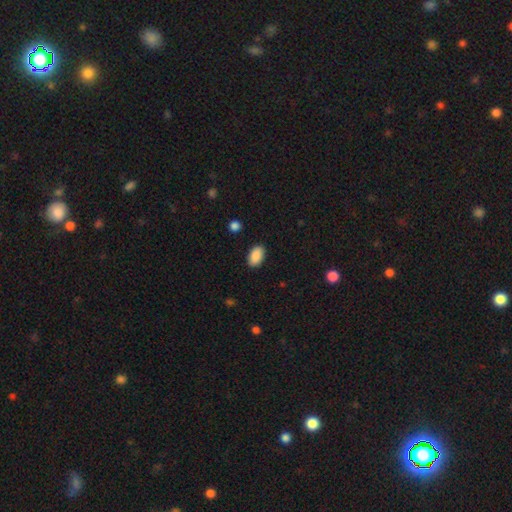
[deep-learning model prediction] Smooth or featured: smooth — 90% (star or artifact — 7%)
How rounded: in between — 93% (round — 5%)
Merging: none — 88% (minor disturbance — 8%)